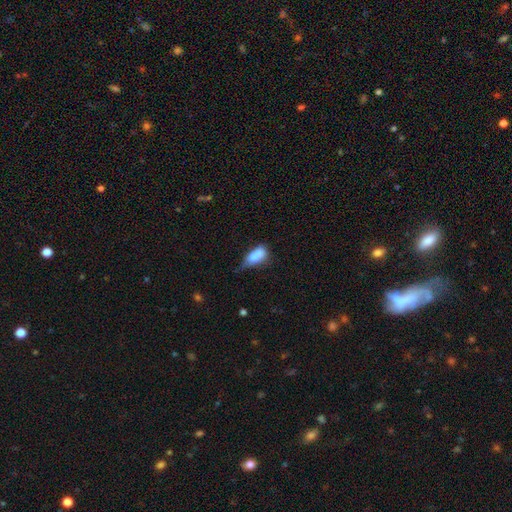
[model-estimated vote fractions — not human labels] Smooth or featured?
  - smooth: 69% *
  - featured or disk: 22%
  - star or artifact: 9%
How rounded?
  - in between: 76% *
  - round: 12%
  - cigar-shaped: 12%
Merging?
  - merger: 40% *
  - minor disturbance: 24%
  - none: 23%
  - major disturbance: 14%